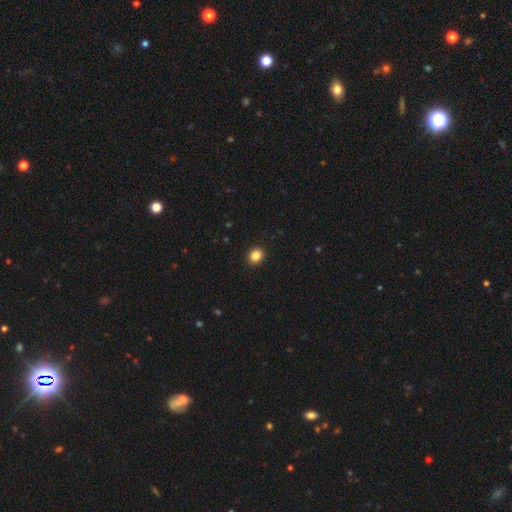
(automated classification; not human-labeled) Q: Smooth or featured?
A: smooth (86%); runner-up: star or artifact (10%)
Q: How rounded?
A: round (66%); runner-up: in between (33%)
Q: Merging?
A: none (92%); runner-up: minor disturbance (5%)